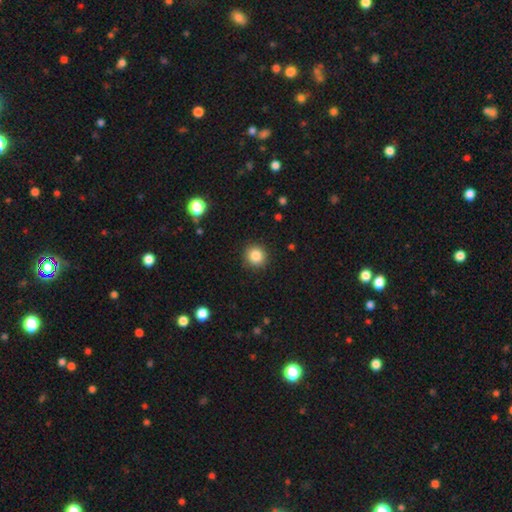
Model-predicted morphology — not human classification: A smooth galaxy with no disk features (84%) that is round (92%). Merging: none (90%).